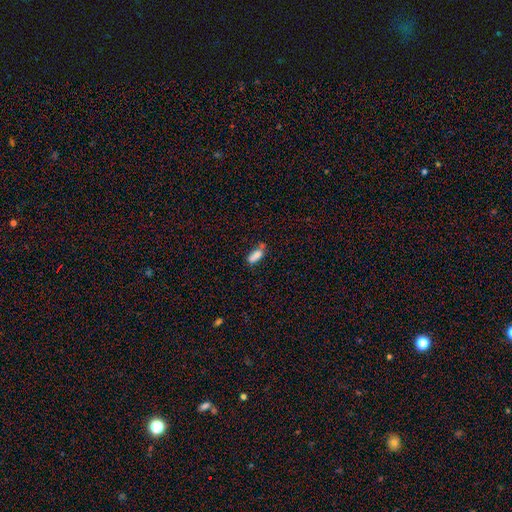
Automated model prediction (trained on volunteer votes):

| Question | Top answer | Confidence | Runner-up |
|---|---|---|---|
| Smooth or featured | smooth | 80% | featured or disk (11%) |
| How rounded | in between | 76% | cigar-shaped (21%) |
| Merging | none | 46% | merger (26%) |